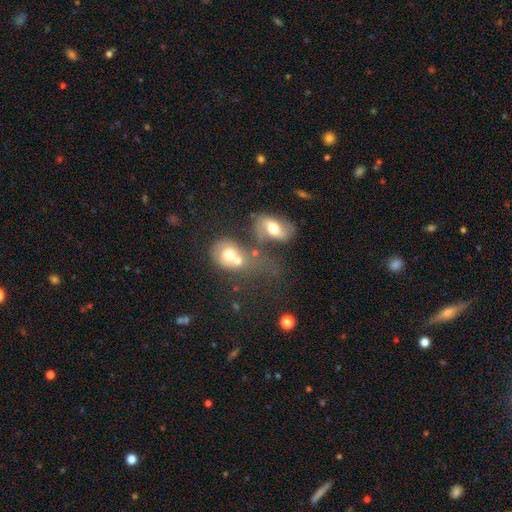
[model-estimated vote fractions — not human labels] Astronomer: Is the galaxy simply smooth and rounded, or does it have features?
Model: smooth — 49% (runner-up: featured or disk, 33%).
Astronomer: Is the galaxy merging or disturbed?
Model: merger — 50% (runner-up: none, 27%).